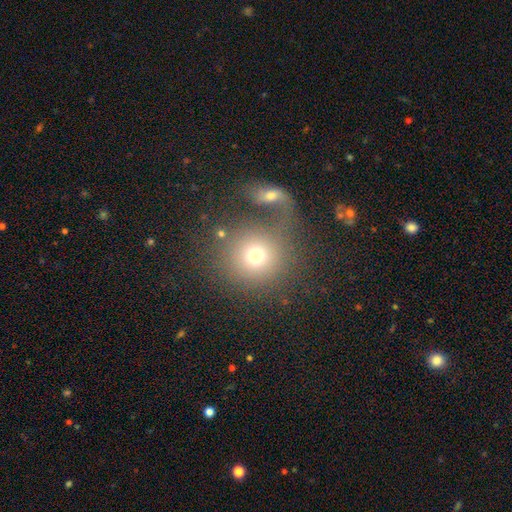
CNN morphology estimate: This is likely a smooth galaxy (71%). How rounded: clearly round (90%). Merging: possibly none (48%).